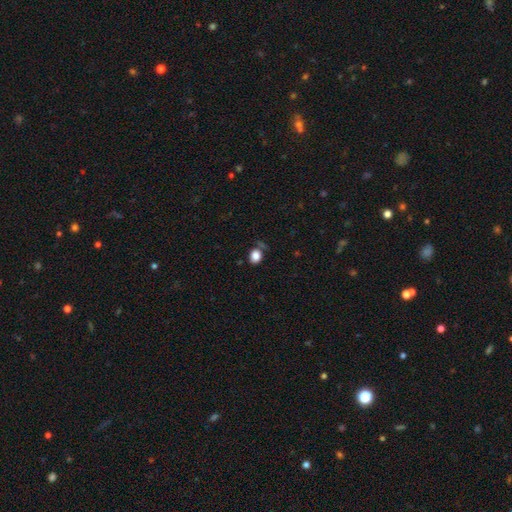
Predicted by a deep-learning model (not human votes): Smooth or featured?
  - smooth: 84% *
  - star or artifact: 12%
  - featured or disk: 5%
How rounded?
  - round: 49% * (tied)
  - in between: 49% * (tied)
  - cigar-shaped: 1%
Merging?
  - none: 70% *
  - minor disturbance: 17%
  - merger: 7%
  - major disturbance: 6%